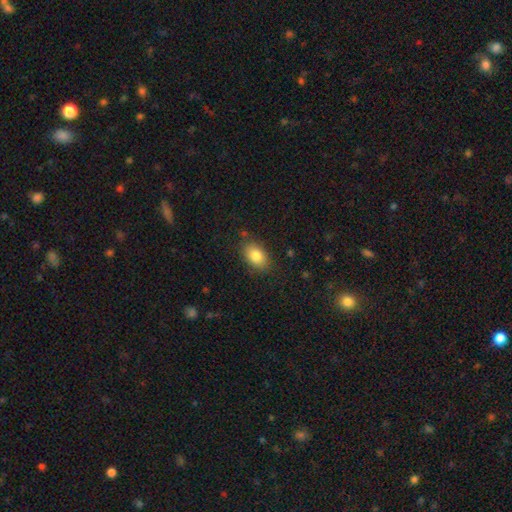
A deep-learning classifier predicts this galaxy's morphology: type=smooth (83%); roundness=in between (87%); merging=none (82%).